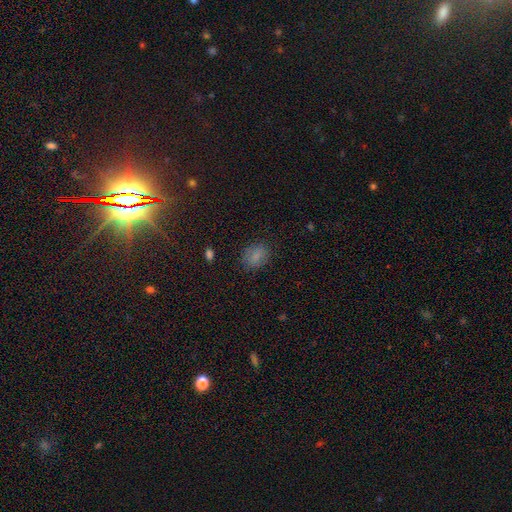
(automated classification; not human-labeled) This is clearly a smooth galaxy (81%). How rounded: likely in between (61%). Merging: clearly none (84%).